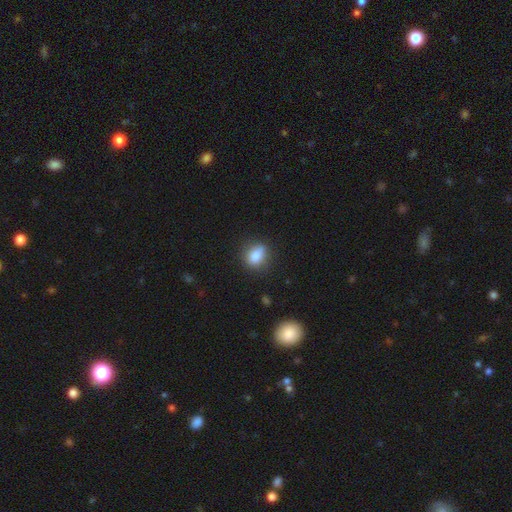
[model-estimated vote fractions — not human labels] Smooth or featured?
  - smooth: 79% *
  - featured or disk: 11%
  - star or artifact: 10%
How rounded?
  - in between: 53% *
  - round: 43%
  - cigar-shaped: 4%
Merging?
  - none: 73% *
  - minor disturbance: 20%
  - major disturbance: 5%
  - merger: 2%